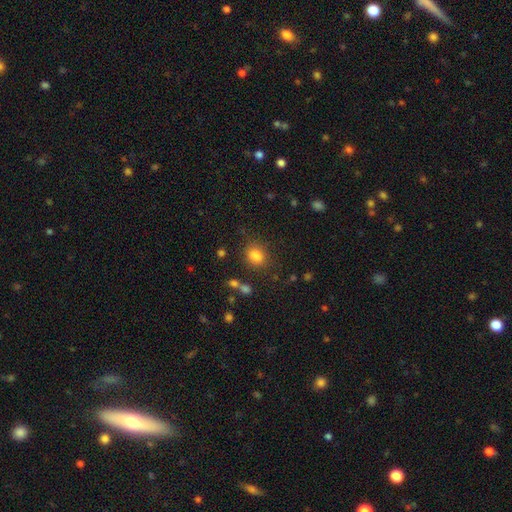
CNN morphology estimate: A smooth galaxy with no disk features (83%) that is round (50%). Merging: none (77%).